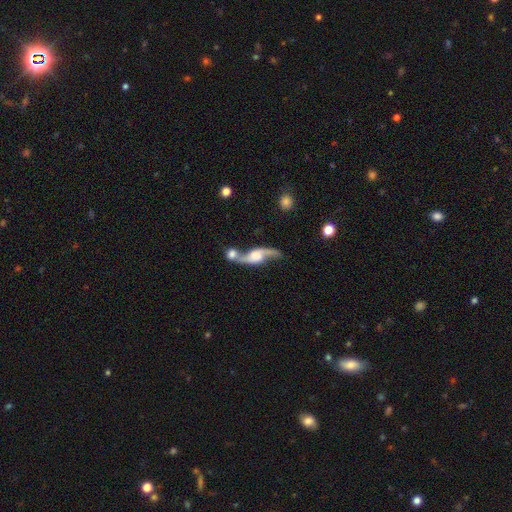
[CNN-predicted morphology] Q: Smooth or featured?
A: featured or disk (82%); runner-up: smooth (12%)
Q: Edge-on disk?
A: no (83%); runner-up: yes (17%)
Q: Bar?
A: no (55%); runner-up: weak (33%)
Q: Spiral arms?
A: yes (93%); runner-up: no (7%)
Q: Spiral winding?
A: loose (87%); runner-up: medium (10%)
Q: Spiral arm count?
A: 2 (92%); runner-up: 1 (3%)
Q: Bulge size?
A: moderate (26%); tied with: large (26%)
Q: Merging?
A: merger (49%); runner-up: none (31%)